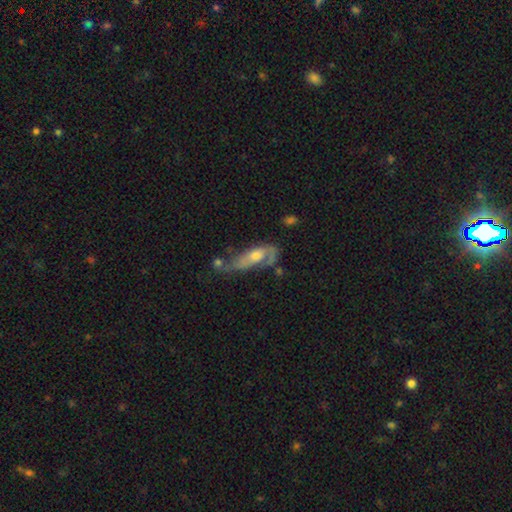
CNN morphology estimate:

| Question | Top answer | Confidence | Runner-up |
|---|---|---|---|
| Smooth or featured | featured or disk | 62% | smooth (30%) |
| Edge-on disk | no | 82% | yes (18%) |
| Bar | no | 68% | weak (26%) |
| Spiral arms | yes | 77% | no (23%) |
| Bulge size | moderate | 58% | small (26%) |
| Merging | none | 33% | major disturbance (27%) |